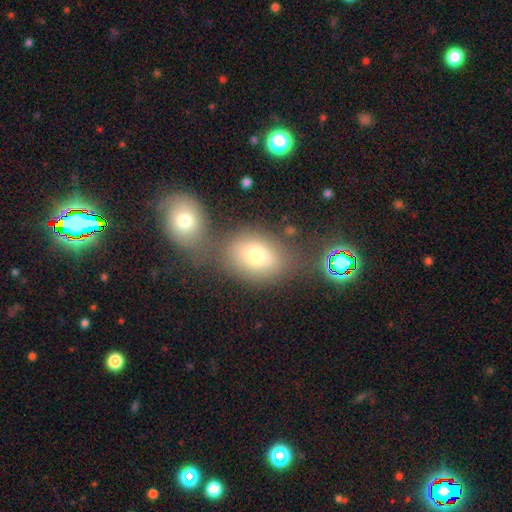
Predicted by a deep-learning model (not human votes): Smooth or featured: smooth — 70% (star or artifact — 15%)
How rounded: in between — 62% (round — 36%)
Merging: none — 55% (merger — 28%)